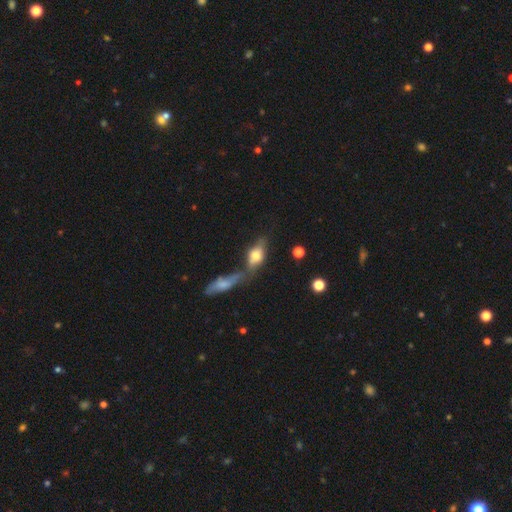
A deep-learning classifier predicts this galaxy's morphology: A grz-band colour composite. It shows a smooth galaxy with no disk features (53%) that is in between round and cigar-shaped (73%). Merging: none (40%).